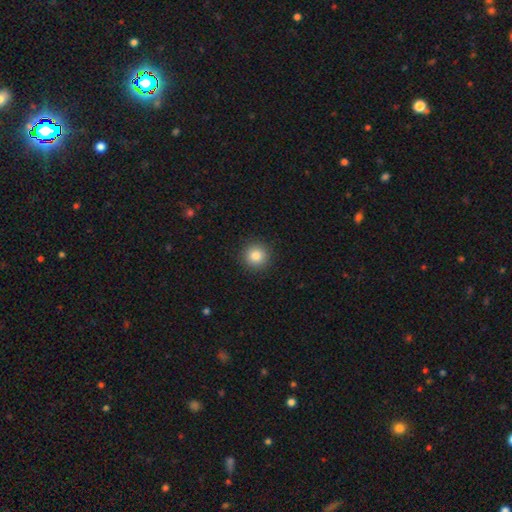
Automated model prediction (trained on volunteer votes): smooth-or-featured: smooth: 84% | star or artifact: 10% | featured or disk: 5%
  how-rounded: round: 94% | in between: 5% | cigar-shaped: 1%
  merging: none: 92% | minor disturbance: 5% | major disturbance: 2% | merger: 1%